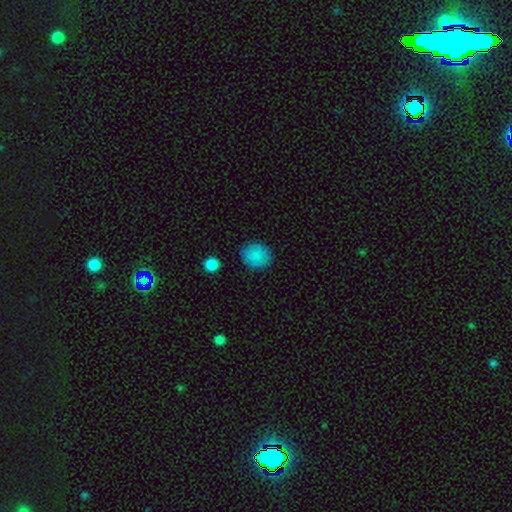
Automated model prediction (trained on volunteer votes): Morphology: type=smooth (88%); roundness=round (68%); merging=none (86%).